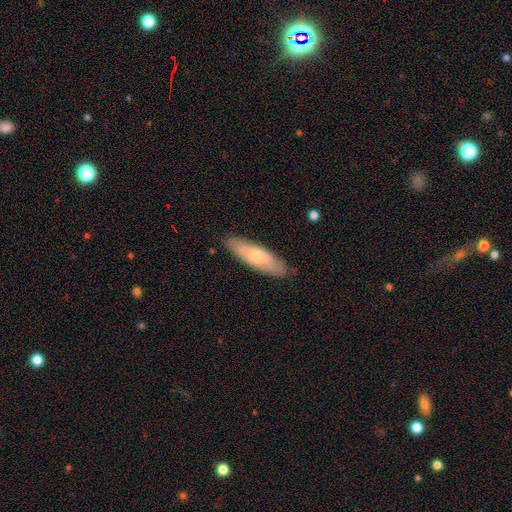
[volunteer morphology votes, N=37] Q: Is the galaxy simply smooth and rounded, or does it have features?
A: smooth — 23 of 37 (62%).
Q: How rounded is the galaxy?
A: in between — 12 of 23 (52%).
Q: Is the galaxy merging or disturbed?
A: none — 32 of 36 (89%).